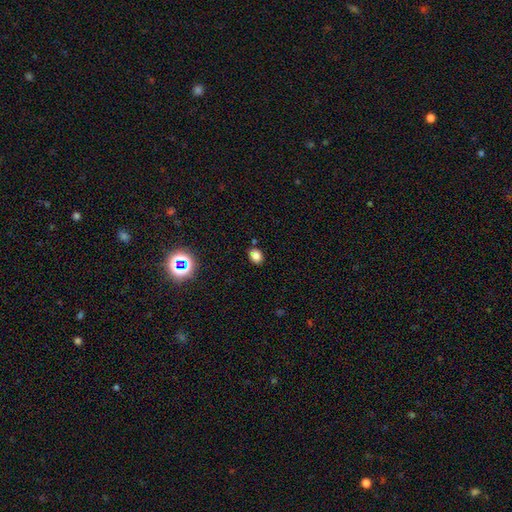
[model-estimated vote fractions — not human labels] smooth_or_featured: smooth (p=0.78) [alt: star or artifact p=0.16]
how_rounded: in between (p=0.62) [alt: round p=0.37]
merging: none (p=0.79) [alt: minor disturbance p=0.13]